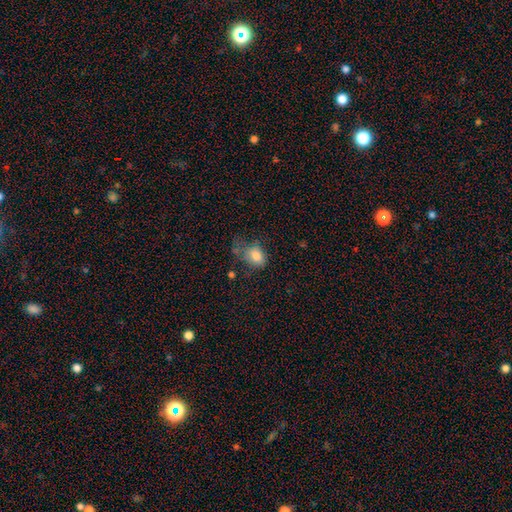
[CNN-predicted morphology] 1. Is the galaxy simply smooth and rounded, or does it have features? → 80% smooth, 10% featured or disk, 9% star or artifact.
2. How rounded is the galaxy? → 69% in between, 30% round, 1% cigar-shaped.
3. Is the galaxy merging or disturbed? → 41% none, 31% minor disturbance, 22% major disturbance, 6% merger.